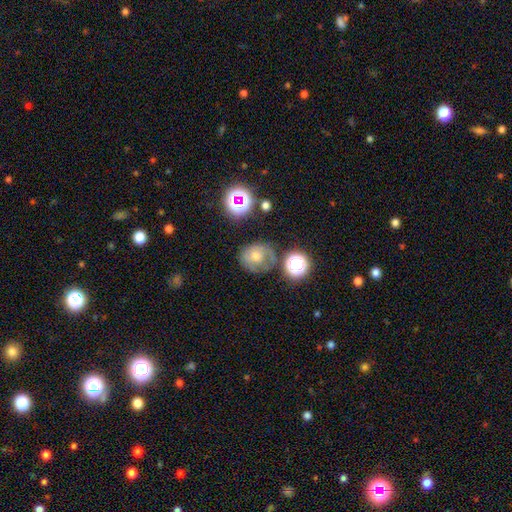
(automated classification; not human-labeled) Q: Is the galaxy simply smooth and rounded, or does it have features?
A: smooth — 40%.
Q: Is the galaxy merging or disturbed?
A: none — 64%.